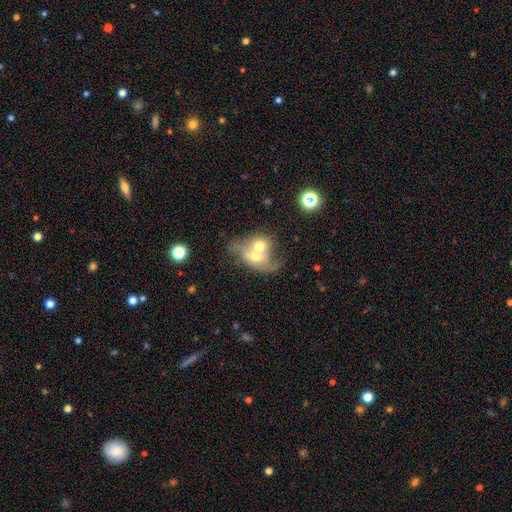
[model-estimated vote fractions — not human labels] Smooth or featured? Predicted: featured or disk (p=0.47). Merging? Predicted: merger (p=0.73).